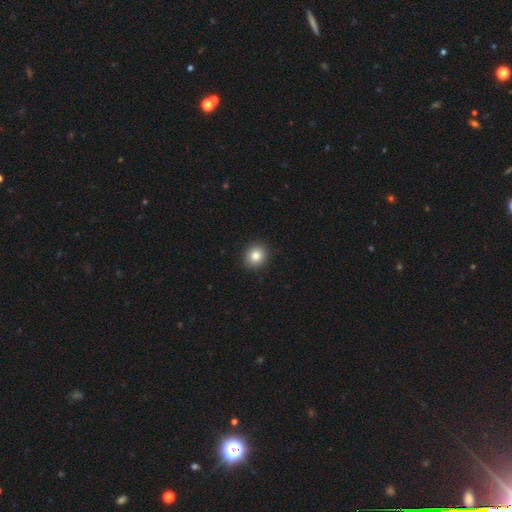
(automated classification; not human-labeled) The model was most divided on "how rounded": round: 84%, in between: 15%, cigar-shaped: 1%. More confident: merging — none (92%); smooth or featured — smooth (83%).